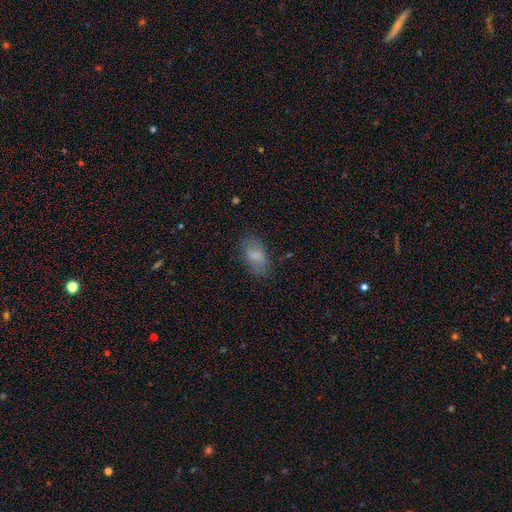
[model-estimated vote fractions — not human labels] A smooth galaxy with no disk features (70%) that is in between round and cigar-shaped (91%). Merging: none (70%).